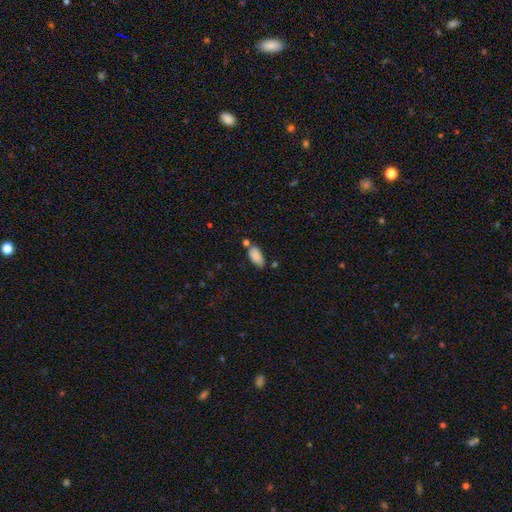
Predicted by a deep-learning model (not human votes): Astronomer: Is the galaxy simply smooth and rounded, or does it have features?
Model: smooth — 86%.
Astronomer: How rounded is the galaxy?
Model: in between — 90%.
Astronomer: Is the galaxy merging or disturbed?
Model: none — 60%.